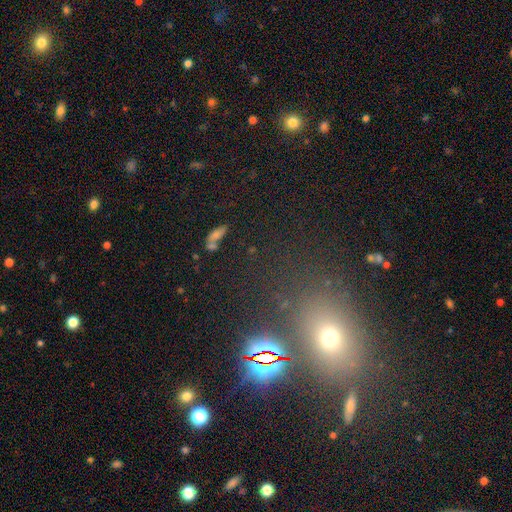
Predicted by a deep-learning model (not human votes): smooth-or-featured: star or artifact: 46% | smooth: 43% | featured or disk: 11%